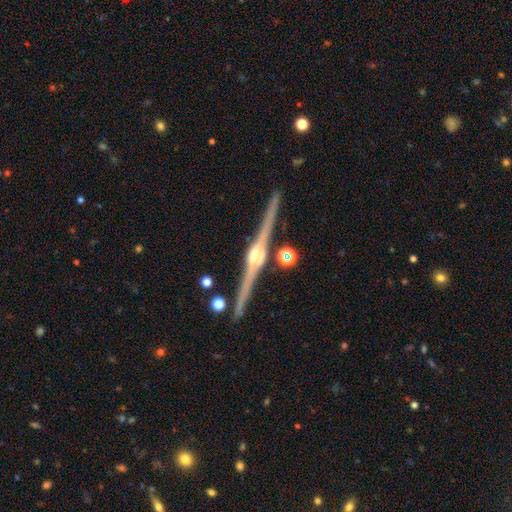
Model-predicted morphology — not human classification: Smooth or featured?
  - featured or disk: 89% *
  - star or artifact: 6%
  - smooth: 4%
Edge-on disk?
  - yes: 99% *
  - no: 1%
Edge-on bulge?
  - rounded: 88% *
  - boxy: 10%
  - none: 3%
Merging?
  - none: 88% *
  - minor disturbance: 8%
  - merger: 3%
  - major disturbance: 2%